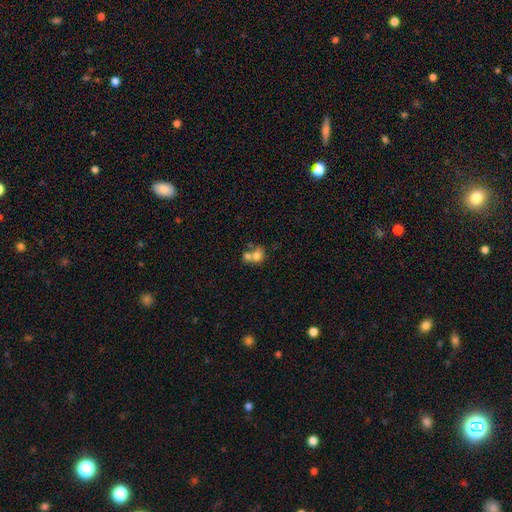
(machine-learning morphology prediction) smooth 70%, featured or disk 19%, star or artifact 11%. Down the decision tree: how rounded — round (63%); merging — merger (64%).